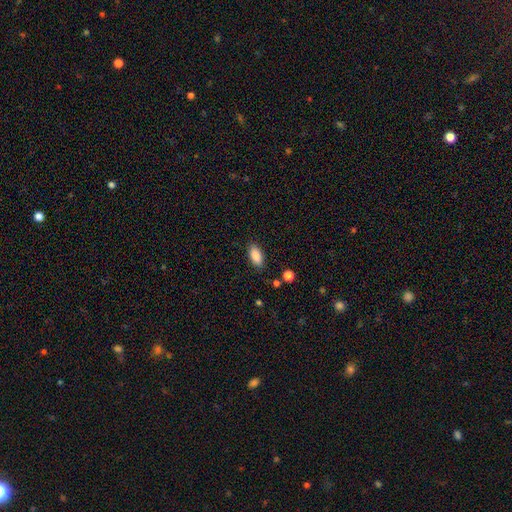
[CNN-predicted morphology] The model was most divided on "merging": none: 87%, minor disturbance: 9%, major disturbance: 2%, merger: 2%. More confident: how rounded — in between (89%); smooth or featured — smooth (87%).